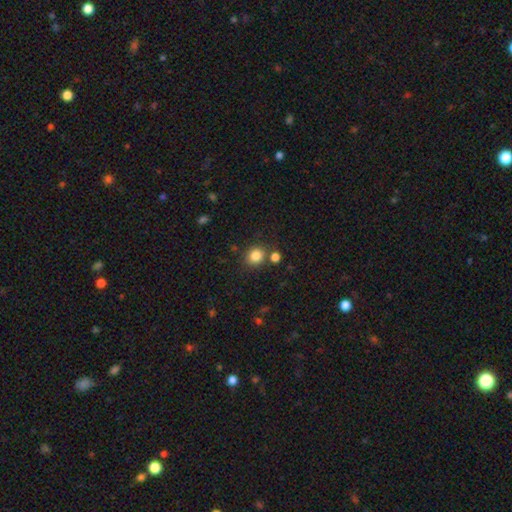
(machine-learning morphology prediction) Overall: smooth (84%). How rounded: round (78%). Merging: none (76%).